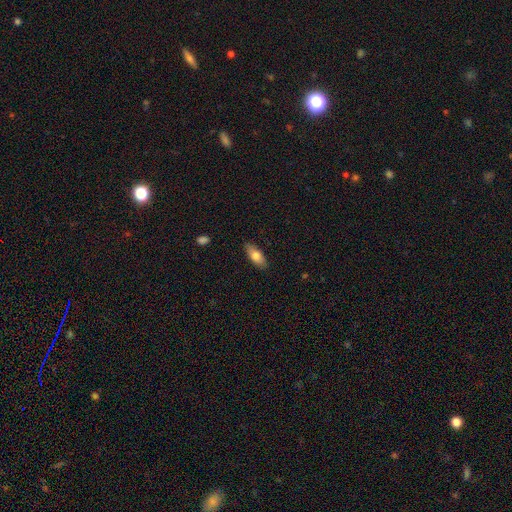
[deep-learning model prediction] smooth 74%, featured or disk 19%, star or artifact 6%. Down the decision tree: how rounded — in between (77%); merging — none (86%).